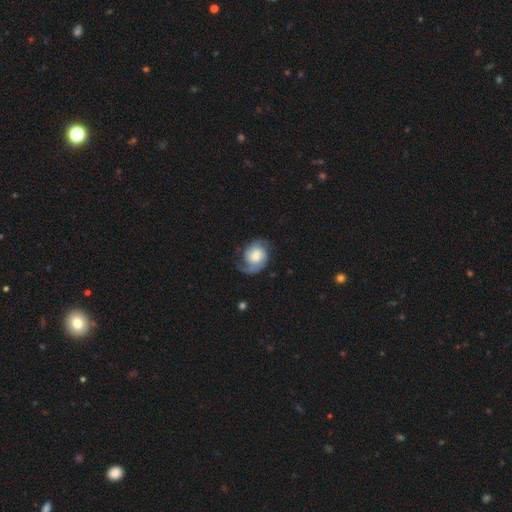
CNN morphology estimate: Smooth or featured: featured or disk — 71% (smooth — 23%)
Edge-on disk: no — 98% (yes — 2%)
Bar: no — 69% (weak — 27%)
Spiral arms: yes — 94% (no — 6%)
Spiral winding: medium — 42% (tight — 31%)
Spiral arm count: 2 — 74% (1 — 15%)
Bulge size: moderate — 39% (large — 30%)
Merging: none — 60% (minor disturbance — 23%)